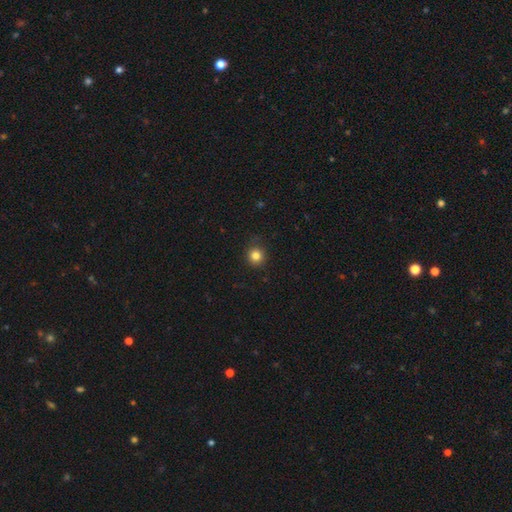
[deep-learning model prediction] A smooth galaxy with no disk features (82%) that is round (92%).

Vote fractions:
- Smooth or featured? smooth: 82% / star or artifact: 13% / featured or disk: 5%
- How rounded? round: 92% / in between: 7% / cigar-shaped: 1%
- Merging? none: 87% / minor disturbance: 10% / major disturbance: 2% / merger: 1%